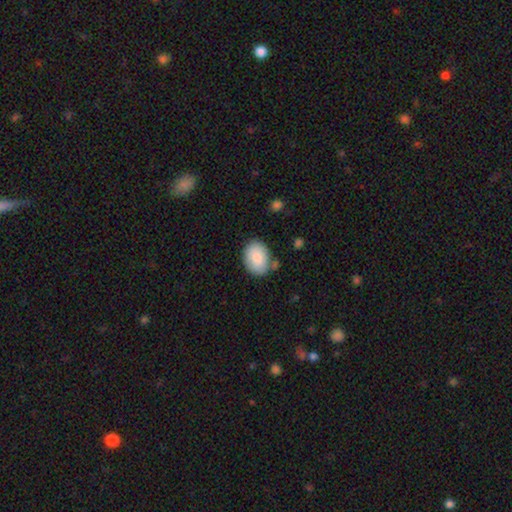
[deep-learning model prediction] smooth_or_featured: smooth (p=0.84) [alt: featured or disk p=0.10]
how_rounded: in between (p=0.76) [alt: round p=0.23]
merging: none (p=0.73) [alt: minor disturbance p=0.17]